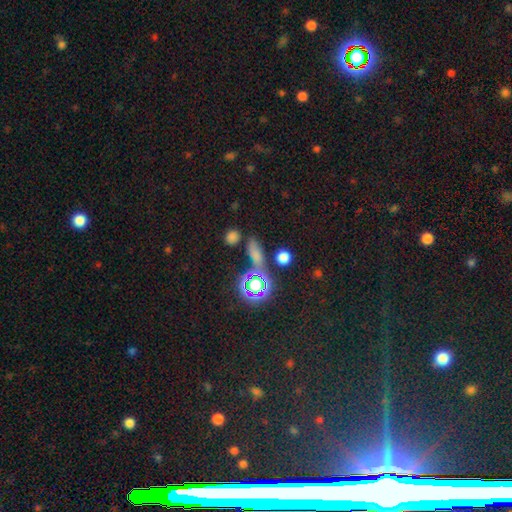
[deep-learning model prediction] smooth_or_featured: smooth (p=0.48) [alt: star or artifact p=0.42]
merging: none (p=0.66) [alt: merger p=0.14]